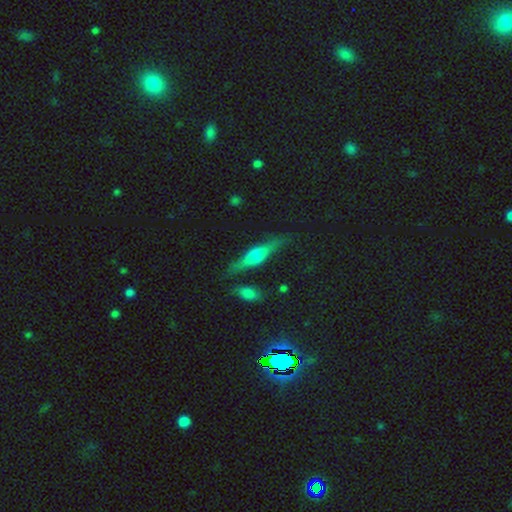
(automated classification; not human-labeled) Overall: featured or disk (59%; smooth 33%). Edge-on disk: yes (92%). Edge-on bulge: rounded (90%). Merging: none (79%).